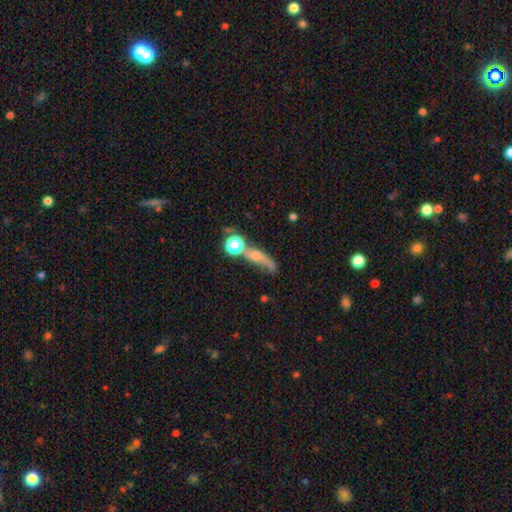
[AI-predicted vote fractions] smooth 41% (tied), featured or disk 41% (tied), star or artifact 18%. Down the decision tree: merging — none (33%).